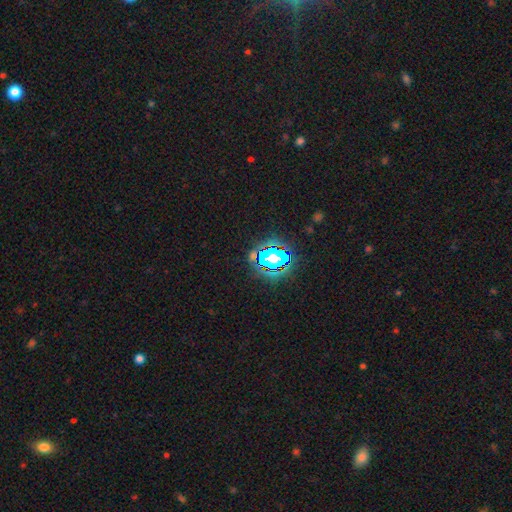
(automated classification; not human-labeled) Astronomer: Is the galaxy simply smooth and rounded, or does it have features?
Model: star or artifact — 73%.